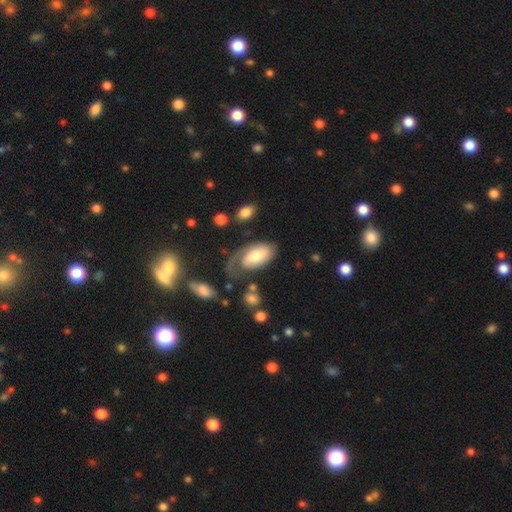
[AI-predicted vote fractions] This appears to be a featured or disk galaxy (50%). Merging: none (43%).